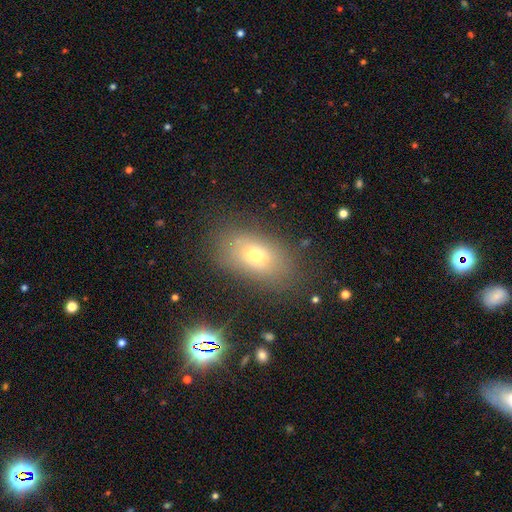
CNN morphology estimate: smooth-or-featured: smooth: 68% | featured or disk: 17% | star or artifact: 14%
  how-rounded: in between: 84% | round: 13% | cigar-shaped: 3%
  merging: none: 77% | minor disturbance: 14% | major disturbance: 7% | merger: 3%